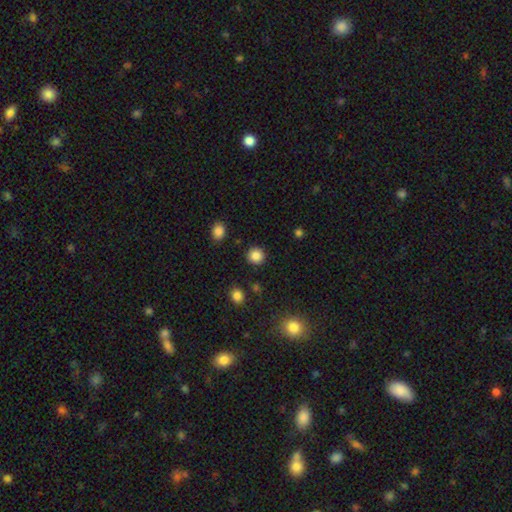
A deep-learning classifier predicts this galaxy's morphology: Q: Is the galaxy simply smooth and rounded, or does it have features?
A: smooth — 85%.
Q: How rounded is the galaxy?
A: round — 93%.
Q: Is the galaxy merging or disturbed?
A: none — 90%.